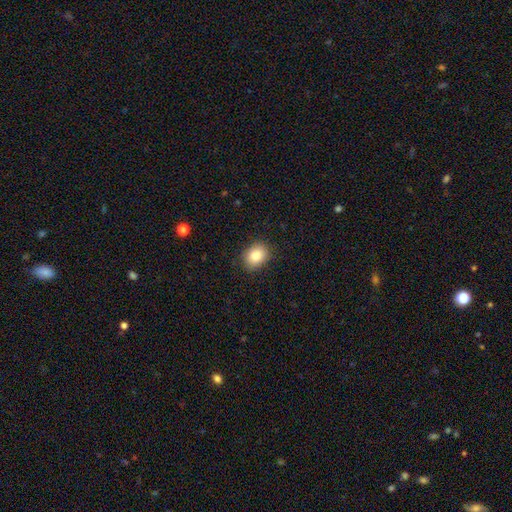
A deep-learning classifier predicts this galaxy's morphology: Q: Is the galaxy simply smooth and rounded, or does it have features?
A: smooth — 86%.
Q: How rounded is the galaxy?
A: in between — 62%.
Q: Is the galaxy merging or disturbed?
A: none — 86%.